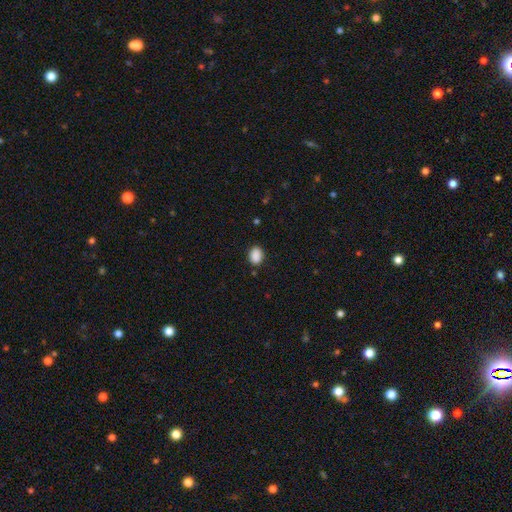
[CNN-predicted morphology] Smooth or featured?
  - smooth: 89% *
  - star or artifact: 9%
  - featured or disk: 3%
How rounded?
  - in between: 70% *
  - round: 29%
  - cigar-shaped: 1%
Merging?
  - none: 85% *
  - minor disturbance: 11%
  - major disturbance: 3%
  - merger: 1%